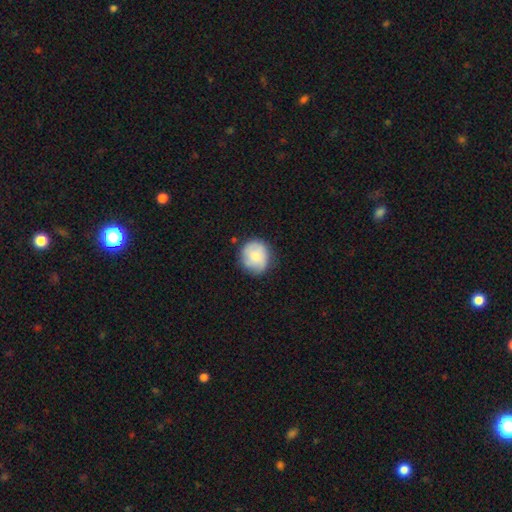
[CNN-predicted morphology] This appears to be a smooth galaxy with no disk features (71%) that is round (86%). Merging: none (76%).